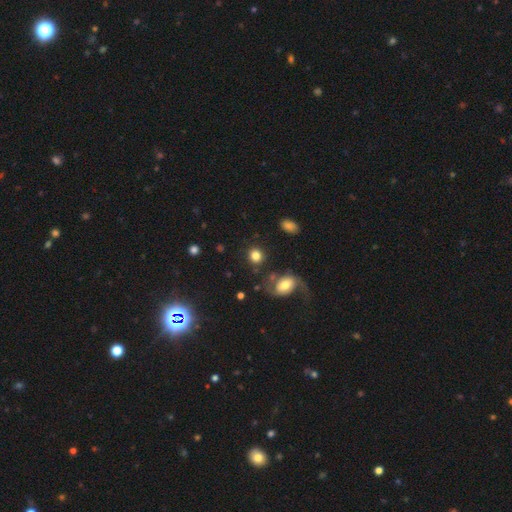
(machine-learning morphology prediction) The model was most divided on "merging": none: 76%, minor disturbance: 10%, merger: 8%, major disturbance: 6%. More confident: how rounded — round (84%); smooth or featured — smooth (82%).